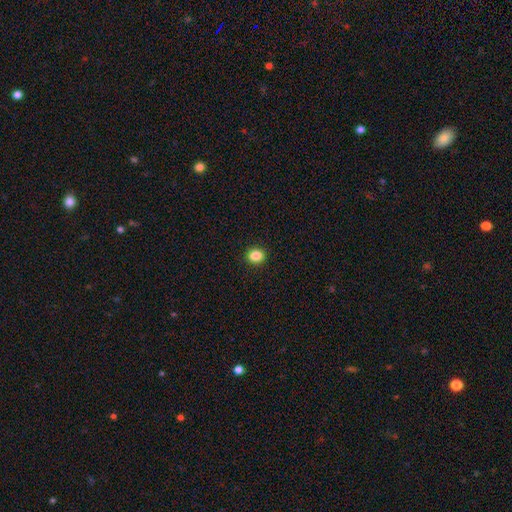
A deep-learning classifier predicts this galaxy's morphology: type=smooth (86%); roundness=round (66%); merging=none (92%).